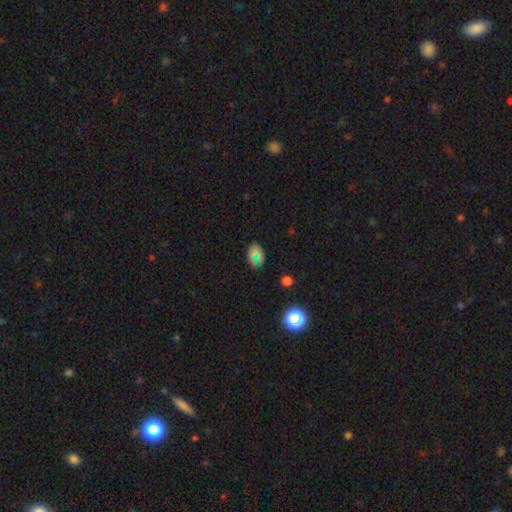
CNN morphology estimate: Overall: smooth (48%; star or artifact 36%). Merging: none (71%).